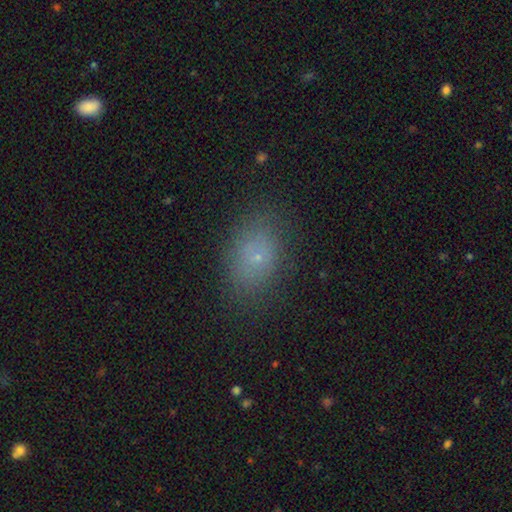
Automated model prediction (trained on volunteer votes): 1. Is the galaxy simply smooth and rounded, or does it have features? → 70% smooth, 15% star or artifact, 14% featured or disk.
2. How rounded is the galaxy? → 79% in between, 19% round, 2% cigar-shaped.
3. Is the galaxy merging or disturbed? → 81% none, 13% minor disturbance, 5% major disturbance, 1% merger.